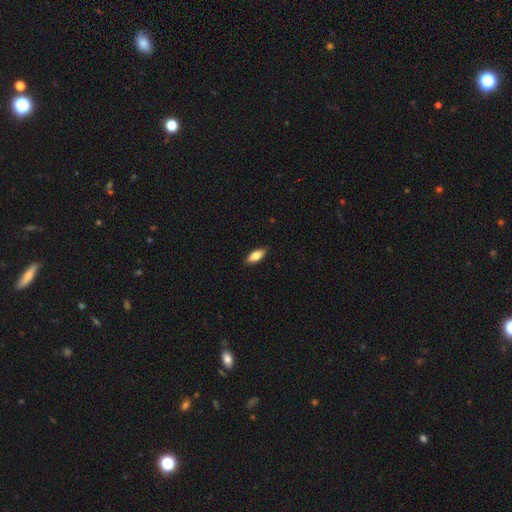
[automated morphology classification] This appears to be a smooth galaxy with no disk features (76%) that is in between round and cigar-shaped (79%). Merging: none (88%).